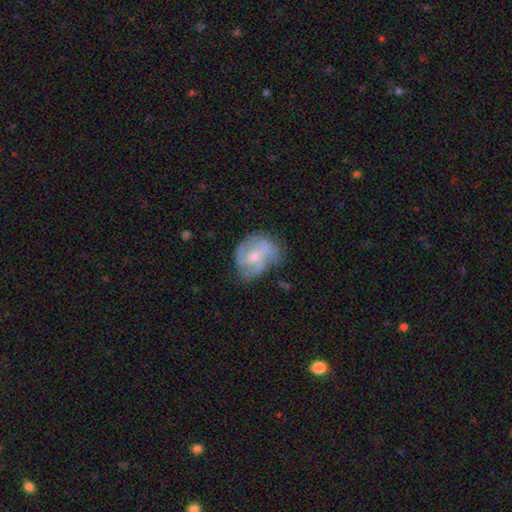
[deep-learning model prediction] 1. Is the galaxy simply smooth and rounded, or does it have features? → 66% featured or disk, 27% smooth, 7% star or artifact.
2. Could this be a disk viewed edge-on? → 97% no, 3% yes.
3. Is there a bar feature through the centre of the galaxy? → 55% no, 36% weak, 8% strong.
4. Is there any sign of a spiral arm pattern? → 69% yes, 31% no.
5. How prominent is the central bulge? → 52% moderate, 35% small, 7% none, 4% large, 1% dominant.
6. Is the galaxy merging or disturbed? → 46% none, 29% minor disturbance, 21% major disturbance, 4% merger.